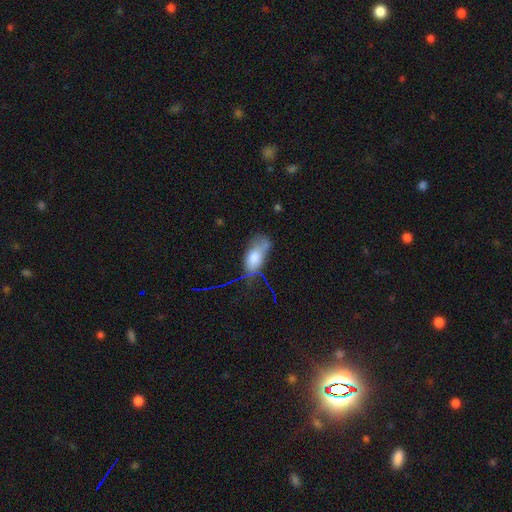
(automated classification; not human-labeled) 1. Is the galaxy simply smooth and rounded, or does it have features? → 68% smooth, 21% featured or disk, 11% star or artifact.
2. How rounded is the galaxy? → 87% in between, 8% cigar-shaped, 6% round.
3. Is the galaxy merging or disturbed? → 37% none, 32% minor disturbance, 22% major disturbance, 9% merger.